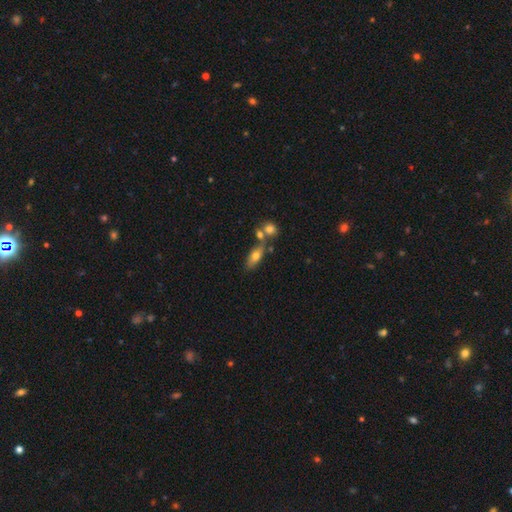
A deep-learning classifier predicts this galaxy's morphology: A smooth galaxy with no disk features (68%) that is in between round and cigar-shaped (74%). Merging: none (54%).